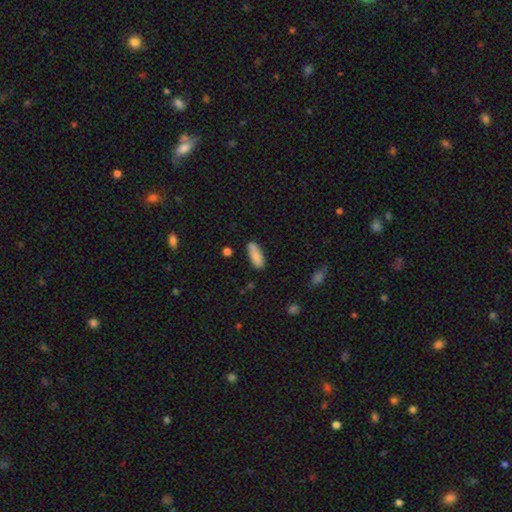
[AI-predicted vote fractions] The model was most divided on "merging": none: 70%, minor disturbance: 20%, merger: 6%, major disturbance: 4%. More confident: smooth or featured — smooth (85%); how rounded — in between (77%).